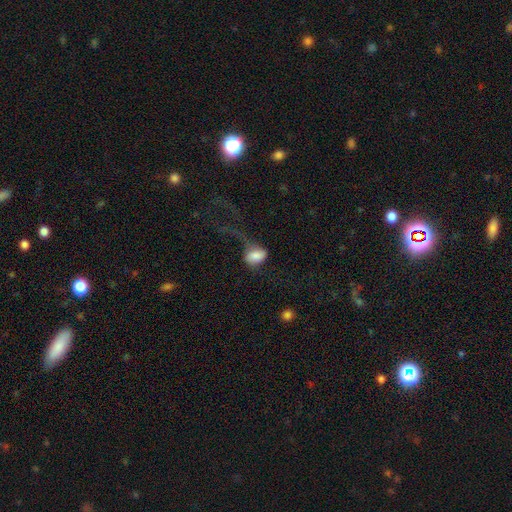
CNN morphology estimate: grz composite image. It shows a smooth galaxy with no disk features (70%) that is in between round and cigar-shaped (80%). Merging: major disturbance (56%).